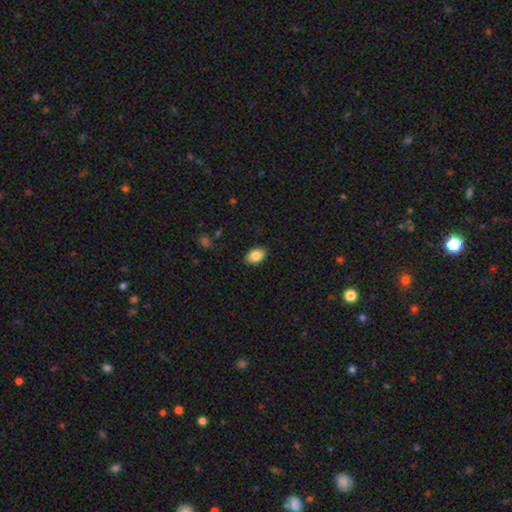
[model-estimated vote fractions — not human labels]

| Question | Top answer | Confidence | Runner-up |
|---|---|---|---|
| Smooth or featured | smooth | 86% | star or artifact (8%) |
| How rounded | in between | 86% | round (12%) |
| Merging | none | 89% | minor disturbance (8%) |